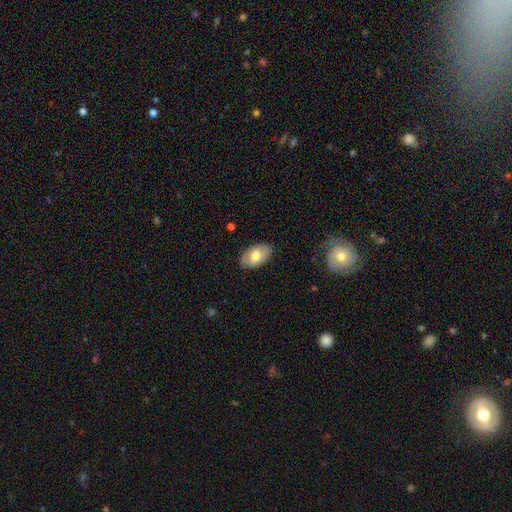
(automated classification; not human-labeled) A smooth galaxy with no disk features (68%) that is in between round and cigar-shaped (93%).

Vote fractions:
- Smooth or featured? smooth: 68% / featured or disk: 26% / star or artifact: 6%
- How rounded? in between: 93% / round: 5% / cigar-shaped: 1%
- Merging? none: 84% / minor disturbance: 12% / major disturbance: 3% / merger: 1%